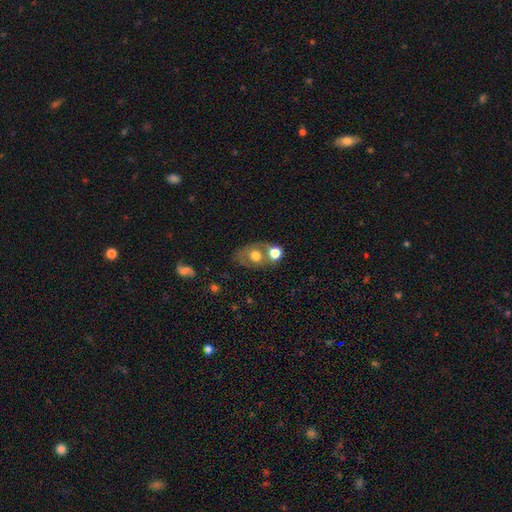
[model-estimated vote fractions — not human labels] Smooth or featured? smooth (56%)
How rounded? in between (55%)
Merging? none (40%)